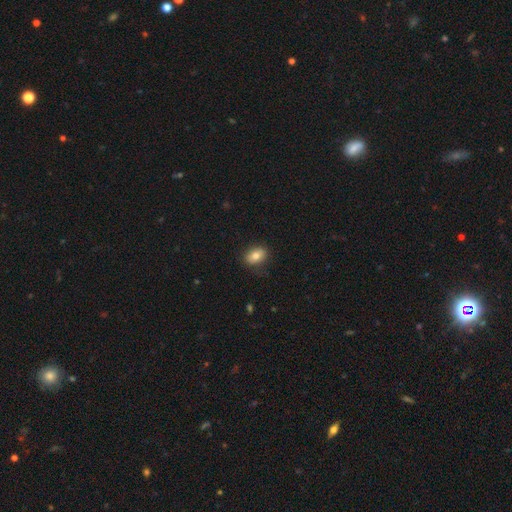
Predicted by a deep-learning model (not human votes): This is clearly a smooth galaxy (80%). How rounded: likely in between (79%). Merging: clearly none (84%).